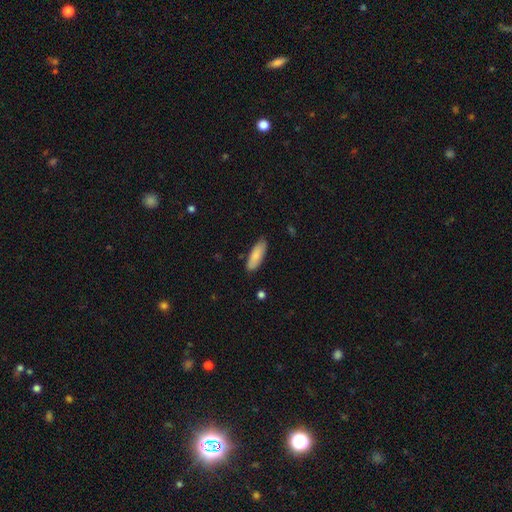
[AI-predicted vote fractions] This appears to be a smooth galaxy with no disk features (84%) that is in between round and cigar-shaped (64%). Merging: none (81%).